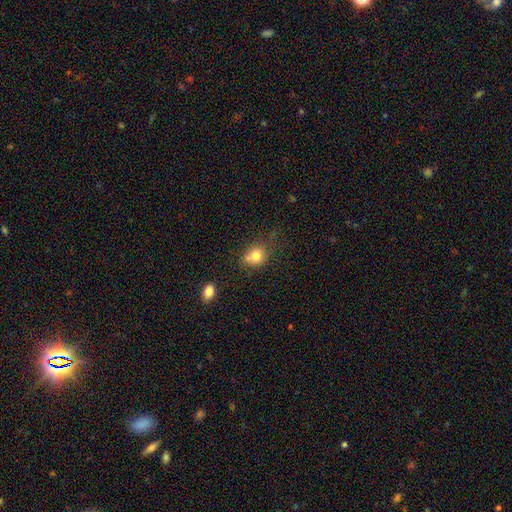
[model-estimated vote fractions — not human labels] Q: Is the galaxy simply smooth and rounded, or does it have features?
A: smooth — 79%.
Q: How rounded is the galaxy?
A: round — 70%.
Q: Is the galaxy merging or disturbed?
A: none — 54%.